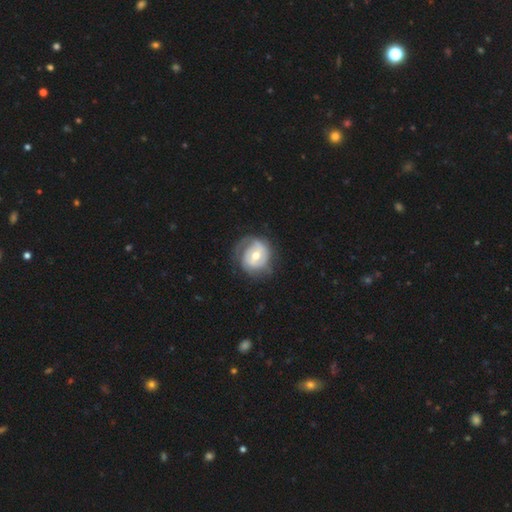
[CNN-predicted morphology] featured or disk 73%, smooth 22%, star or artifact 5%. Down the decision tree: edge-on disk — no (97%); bar — weak (44%); spiral arms — yes (84%); spiral arm count — 2 (48%); spiral winding — tight (55%); bulge size — moderate (71%); merging — none (64%).